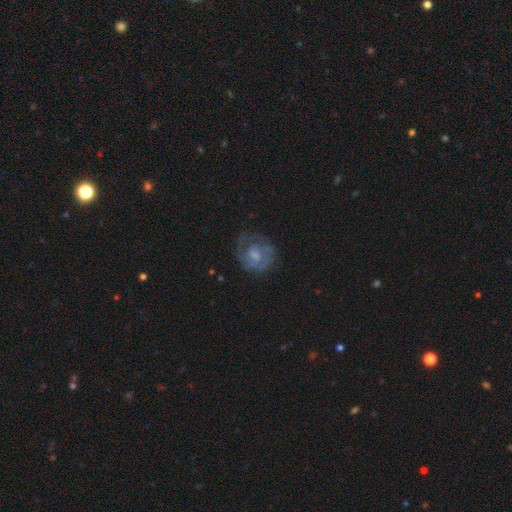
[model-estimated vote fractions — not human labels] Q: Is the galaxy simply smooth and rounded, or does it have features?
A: featured or disk — 67%.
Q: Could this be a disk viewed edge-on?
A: no — 97%.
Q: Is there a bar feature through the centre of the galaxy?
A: no — 47%.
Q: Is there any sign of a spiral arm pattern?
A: yes — 79%.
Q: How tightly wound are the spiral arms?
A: tight — 51%.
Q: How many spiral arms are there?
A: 2 — 40%.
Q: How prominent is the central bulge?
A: moderate — 38%.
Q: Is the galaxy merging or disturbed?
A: none — 63%.